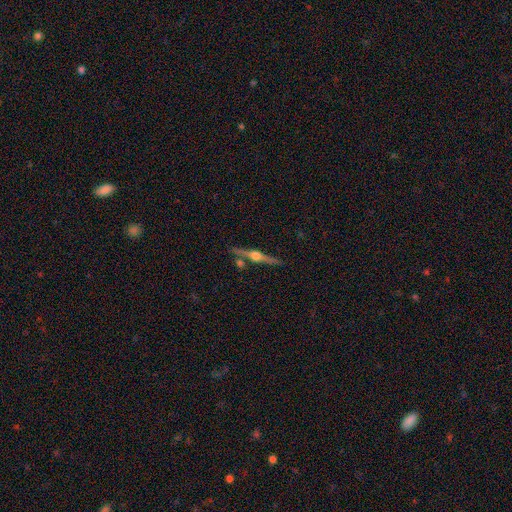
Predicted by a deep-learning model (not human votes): Morphology: type=featured or disk (84%); edge-on=yes (98%); edge-on bulge=rounded (96%); merging=none (84%).